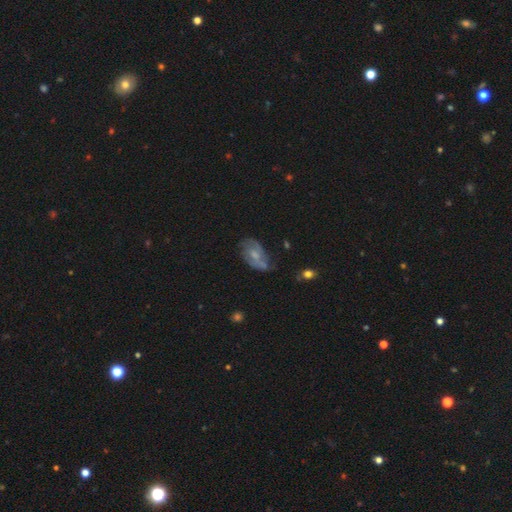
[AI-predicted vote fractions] smooth-or-featured: featured or disk: 59% | smooth: 33% | star or artifact: 9%
  disk-edge-on: no: 95% | yes: 5%
    bar: no: 54% | weak: 39% | strong: 7%
    has-spiral-arms: yes: 70% | no: 30%
    bulge-size: small: 42% | moderate: 37% | none: 17% | large: 3% | dominant: 1%
  merging: none: 49% | minor disturbance: 30% | major disturbance: 17% | merger: 4%